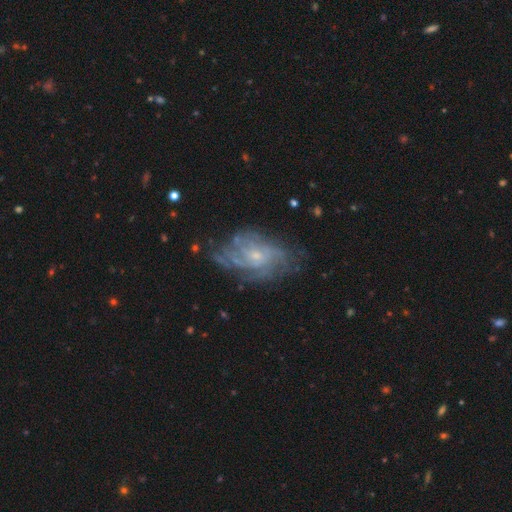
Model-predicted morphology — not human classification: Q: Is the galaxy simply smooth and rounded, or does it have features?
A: featured or disk — 80%.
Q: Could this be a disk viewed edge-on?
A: no — 96%.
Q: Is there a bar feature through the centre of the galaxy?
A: no — 74%.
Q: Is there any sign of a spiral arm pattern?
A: yes — 90%.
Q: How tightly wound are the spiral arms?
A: tight — 53%.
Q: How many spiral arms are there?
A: can't tell — 44%.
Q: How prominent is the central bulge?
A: small — 73%.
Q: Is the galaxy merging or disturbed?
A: none — 63%.